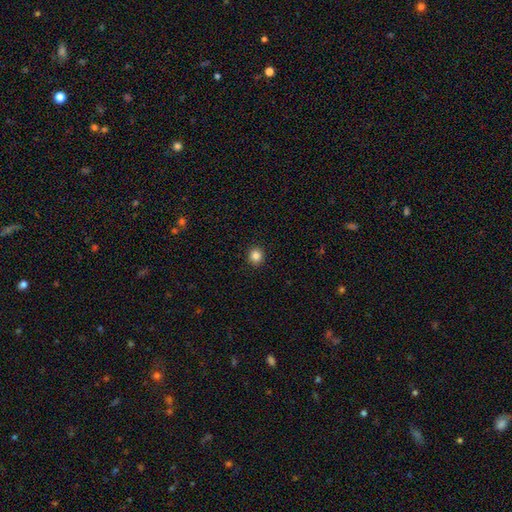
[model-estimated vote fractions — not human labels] Smooth or featured? Predicted: smooth (p=0.85). How rounded? Predicted: round (p=0.90). Merging? Predicted: none (p=0.93).